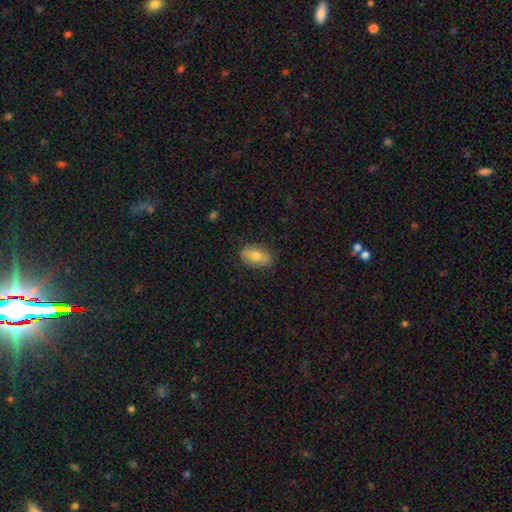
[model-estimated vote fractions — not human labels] Overall: smooth (72%). How rounded: in between (90%). Merging: none (85%).